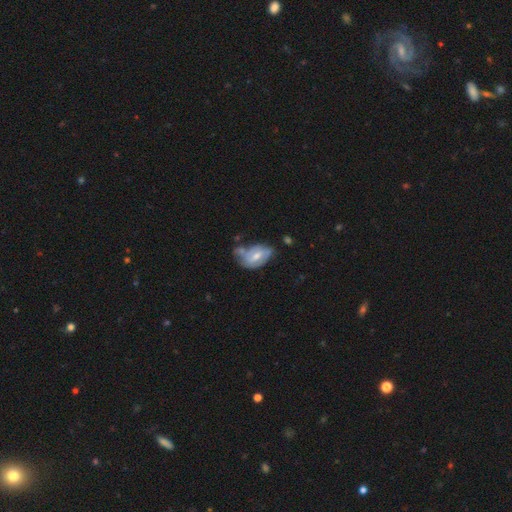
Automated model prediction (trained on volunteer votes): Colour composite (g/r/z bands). It shows a featured or disk galaxy (55%) with a weak bar (49%), spiral arms (61%) and a moderate central bulge (55%). Merging: none (35%).